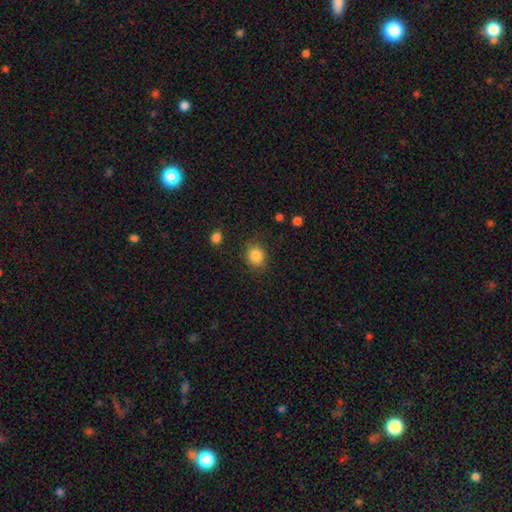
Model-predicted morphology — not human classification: Smooth or featured: smooth — 85% (star or artifact — 10%)
How rounded: round — 66% (in between — 33%)
Merging: none — 85% (minor disturbance — 10%)